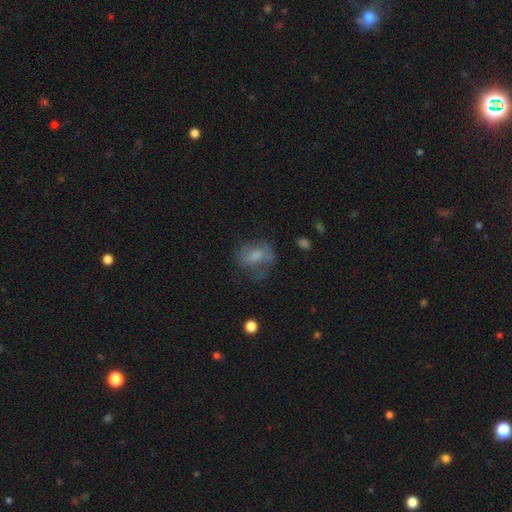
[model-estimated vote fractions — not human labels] Q: Smooth or featured?
A: smooth (58%); runner-up: featured or disk (30%)
Q: How rounded?
A: in between (61%); runner-up: round (37%)
Q: Merging?
A: none (47%); runner-up: major disturbance (25%)